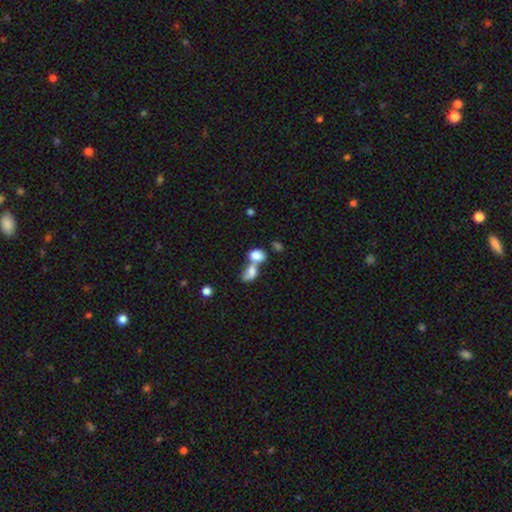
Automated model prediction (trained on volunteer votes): smooth 80%, featured or disk 11%, star or artifact 8%. Down the decision tree: how rounded — in between (70%); merging — merger (70%).